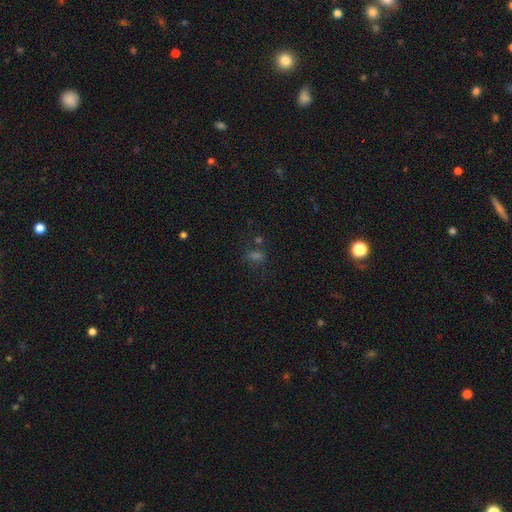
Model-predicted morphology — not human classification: smooth-or-featured: smooth: 48% | star or artifact: 40% | featured or disk: 12%
  merging: none: 64% | minor disturbance: 16% | major disturbance: 11% | merger: 10%